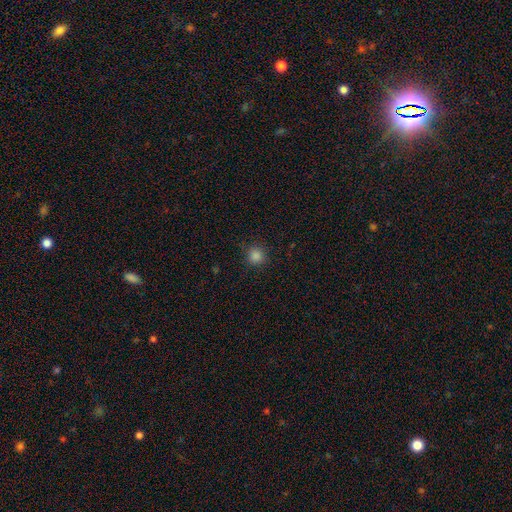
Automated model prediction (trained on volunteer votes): A smooth galaxy with no disk features (84%) that is round (93%).

Vote fractions:
- Smooth or featured? smooth: 84% / star or artifact: 13% / featured or disk: 3%
- How rounded? round: 93% / in between: 6% / cigar-shaped: 1%
- Merging? none: 89% / minor disturbance: 8% / major disturbance: 3% / merger: 1%